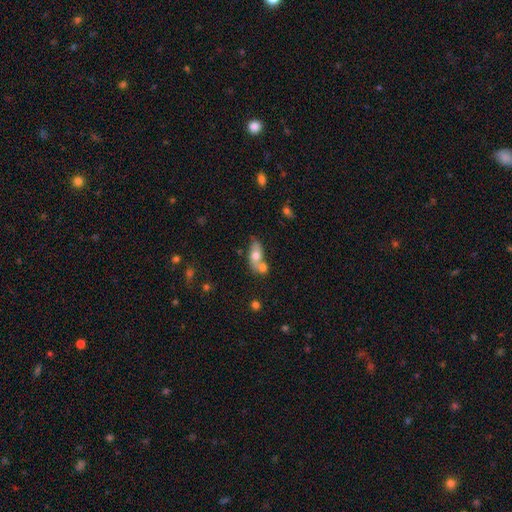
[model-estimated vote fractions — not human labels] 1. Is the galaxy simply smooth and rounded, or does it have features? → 60% smooth, 31% featured or disk, 9% star or artifact.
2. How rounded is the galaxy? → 79% in between, 12% round, 9% cigar-shaped.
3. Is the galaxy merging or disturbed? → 46% merger, 35% none, 13% minor disturbance, 6% major disturbance.